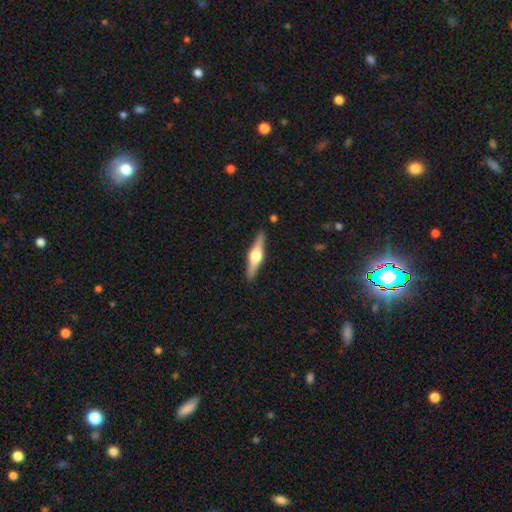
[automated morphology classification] type=featured or disk (73%); edge-on=yes (97%); edge-on bulge=rounded (95%); merging=none (90%).